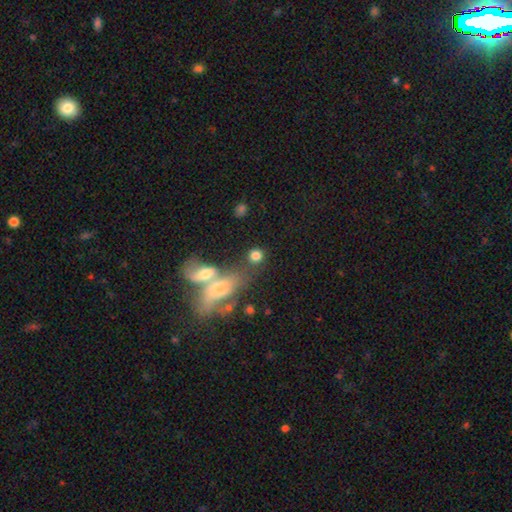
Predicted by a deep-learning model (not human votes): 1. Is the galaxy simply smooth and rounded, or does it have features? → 80% smooth, 11% star or artifact, 10% featured or disk.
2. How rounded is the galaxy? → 76% round, 20% in between, 3% cigar-shaped.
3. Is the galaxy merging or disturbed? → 56% none, 26% merger, 11% minor disturbance, 8% major disturbance.